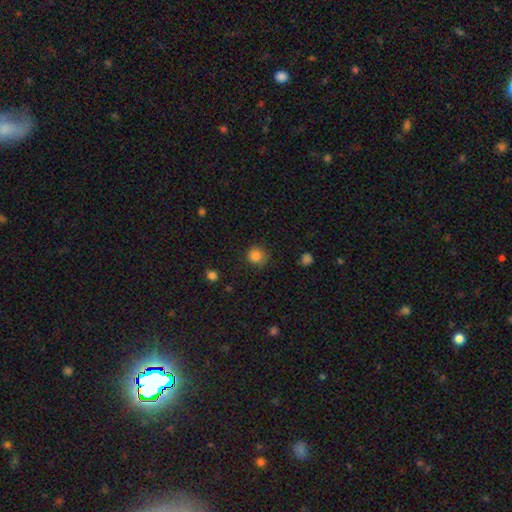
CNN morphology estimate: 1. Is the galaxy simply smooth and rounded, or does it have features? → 84% smooth, 11% star or artifact, 4% featured or disk.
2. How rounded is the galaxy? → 92% round, 8% in between, 1% cigar-shaped.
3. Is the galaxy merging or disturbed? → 84% none, 11% minor disturbance, 3% major disturbance, 1% merger.